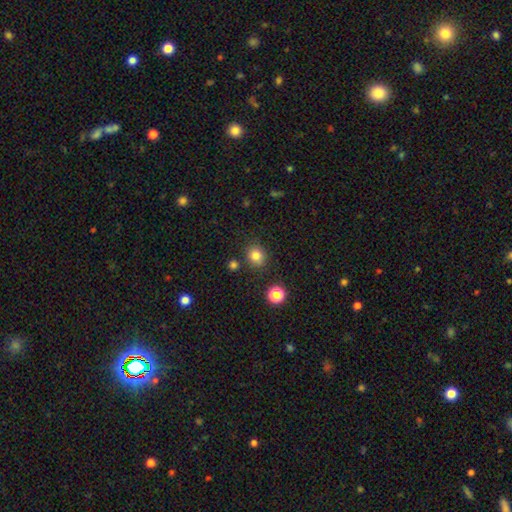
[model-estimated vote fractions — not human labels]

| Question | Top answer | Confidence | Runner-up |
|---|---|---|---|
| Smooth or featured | smooth | 81% | star or artifact (13%) |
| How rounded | round | 82% | in between (17%) |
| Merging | none | 83% | minor disturbance (10%) |